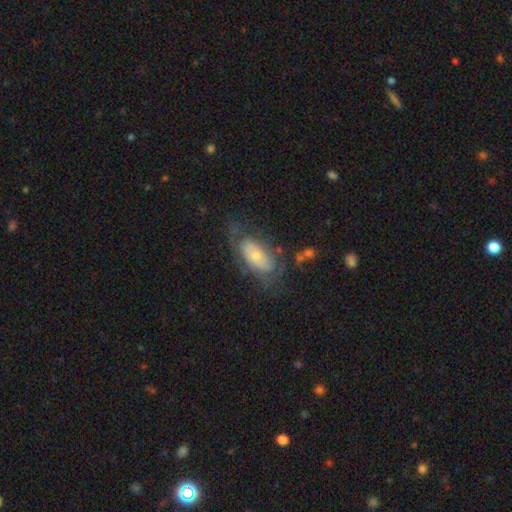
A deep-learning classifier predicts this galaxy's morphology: Smooth or featured: featured or disk — 55% (smooth — 38%)
Edge-on disk: no — 89% (yes — 11%)
Merging: none — 49% (major disturbance — 24%)